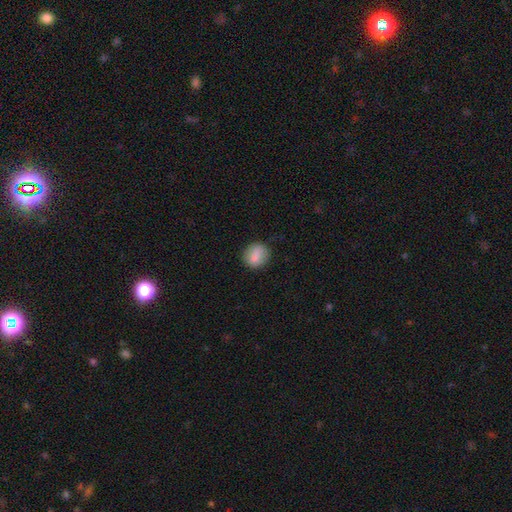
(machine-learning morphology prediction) Overall: smooth (81%). How rounded: round (71%). Merging: none (82%).